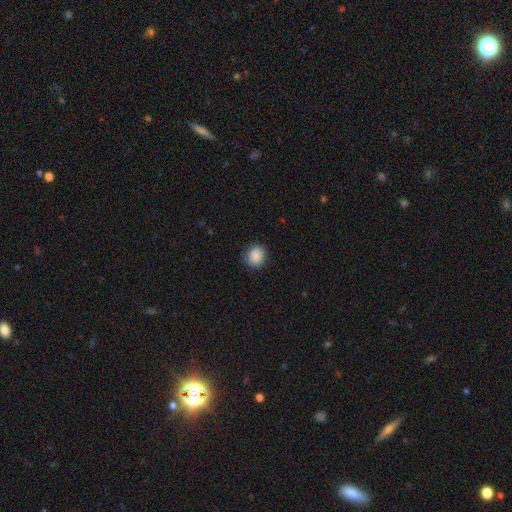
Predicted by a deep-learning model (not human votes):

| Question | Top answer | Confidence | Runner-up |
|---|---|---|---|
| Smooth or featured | smooth | 88% | star or artifact (8%) |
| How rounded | round | 71% | in between (28%) |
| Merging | none | 83% | minor disturbance (13%) |